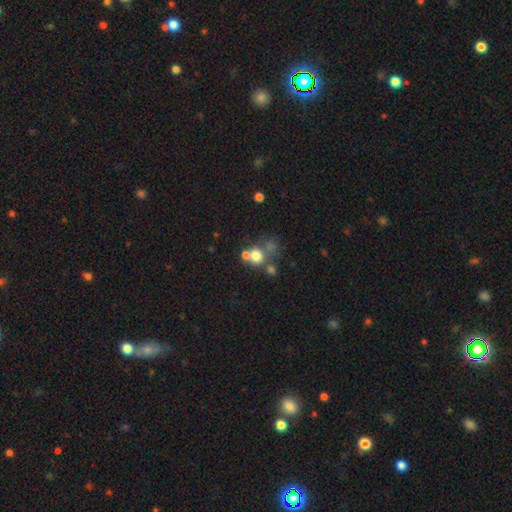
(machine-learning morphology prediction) smooth 69%, star or artifact 16%, featured or disk 15%. Down the decision tree: how rounded — round (82%); merging — none (45%).